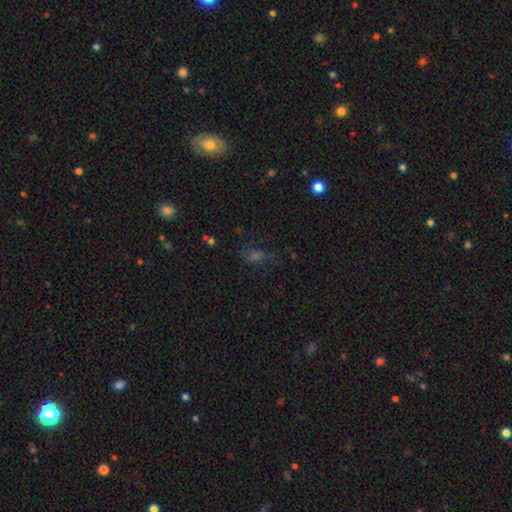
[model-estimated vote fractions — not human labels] Overall: star or artifact (41%; smooth 35%).